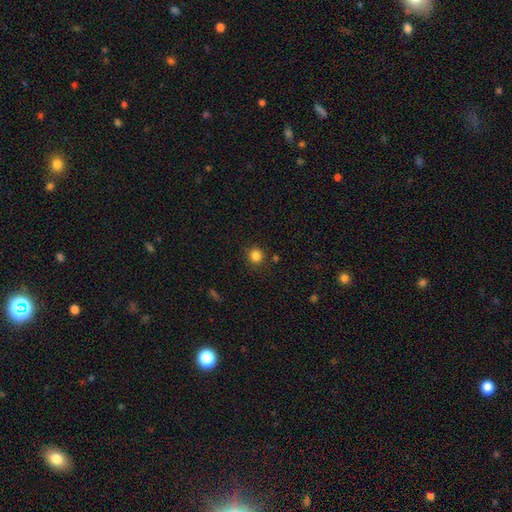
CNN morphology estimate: type=smooth (84%); roundness=round (93%); merging=none (87%).